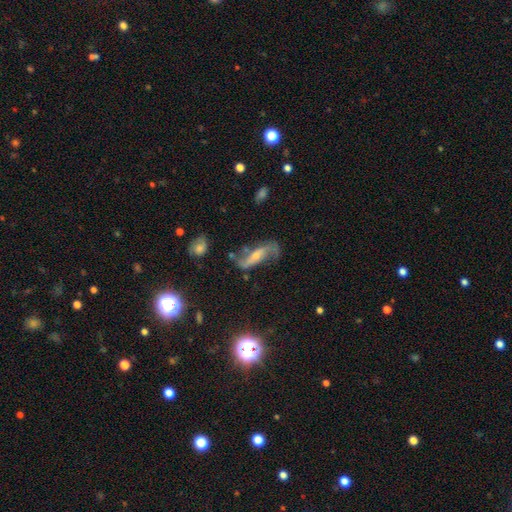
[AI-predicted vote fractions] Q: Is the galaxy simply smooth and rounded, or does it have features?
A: featured or disk — 77%.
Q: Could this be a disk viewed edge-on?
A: no — 87%.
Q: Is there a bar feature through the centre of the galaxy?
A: no — 35%.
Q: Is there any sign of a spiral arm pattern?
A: yes — 92%.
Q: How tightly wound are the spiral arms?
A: loose — 74%.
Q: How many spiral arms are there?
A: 2 — 88%.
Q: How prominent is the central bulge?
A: small — 55%.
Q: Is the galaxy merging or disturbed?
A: none — 59%.